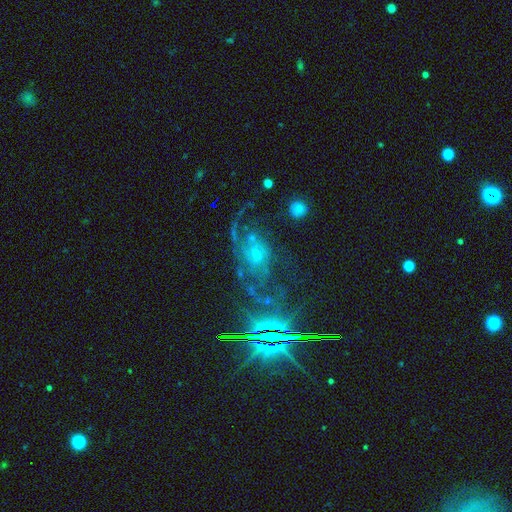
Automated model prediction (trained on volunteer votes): Q: Smooth or featured?
A: featured or disk (60%); runner-up: star or artifact (30%)
Q: Edge-on disk?
A: no (92%); runner-up: yes (8%)
Q: Bar?
A: no (70%); runner-up: weak (23%)
Q: Spiral arms?
A: yes (88%); runner-up: no (12%)
Q: Bulge size?
A: small (64%); runner-up: moderate (24%)
Q: Merging?
A: none (57%); runner-up: major disturbance (21%)